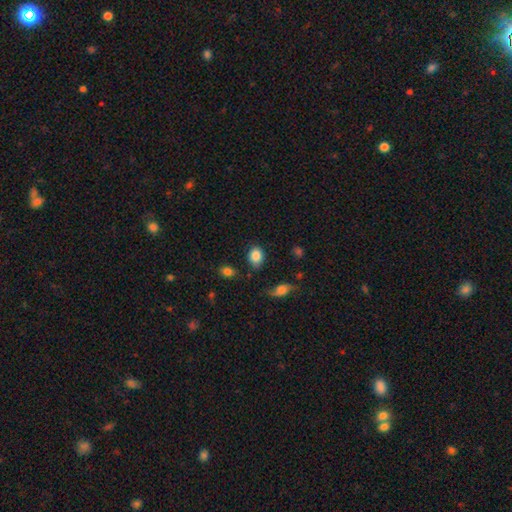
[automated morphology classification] A smooth galaxy with no disk features (86%) that is in between round and cigar-shaped (62%).

Vote fractions:
- Smooth or featured? smooth: 86% / star or artifact: 8% / featured or disk: 7%
- How rounded? in between: 62% / round: 36% / cigar-shaped: 1%
- Merging? none: 77% / minor disturbance: 16% / major disturbance: 4% / merger: 4%